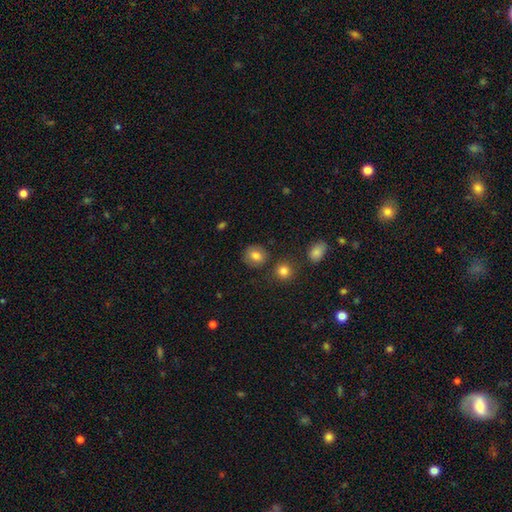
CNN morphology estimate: The model was most divided on "how rounded": round: 75%, in between: 24%, cigar-shaped: 1%. More confident: merging — none (82%); smooth or featured — smooth (76%).